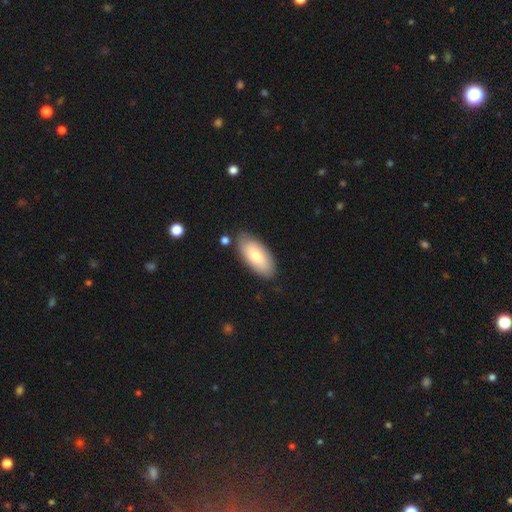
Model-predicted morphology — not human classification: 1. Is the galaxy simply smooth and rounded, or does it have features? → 73% smooth, 21% featured or disk, 6% star or artifact.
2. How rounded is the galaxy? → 90% in between, 8% cigar-shaped, 2% round.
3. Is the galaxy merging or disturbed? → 80% none, 14% minor disturbance, 3% merger, 3% major disturbance.